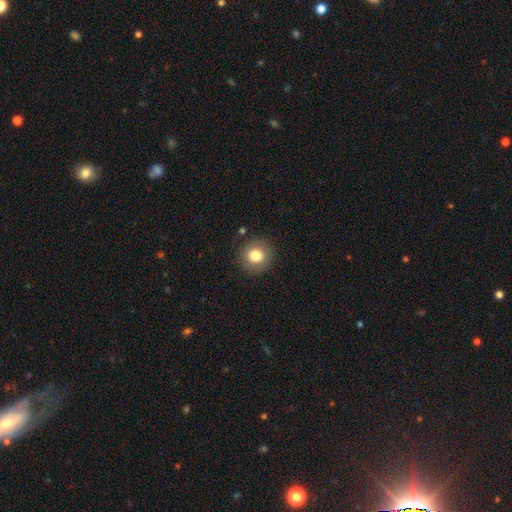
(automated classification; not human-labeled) Smooth or featured: smooth — 80% (star or artifact — 10%)
How rounded: round — 93% (in between — 6%)
Merging: none — 88% (minor disturbance — 8%)